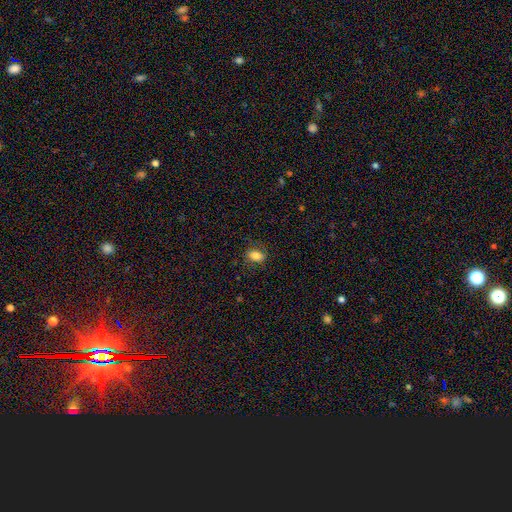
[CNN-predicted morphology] Smooth or featured: smooth — 80% (featured or disk — 10%)
How rounded: in between — 80% (round — 18%)
Merging: none — 79% (minor disturbance — 15%)